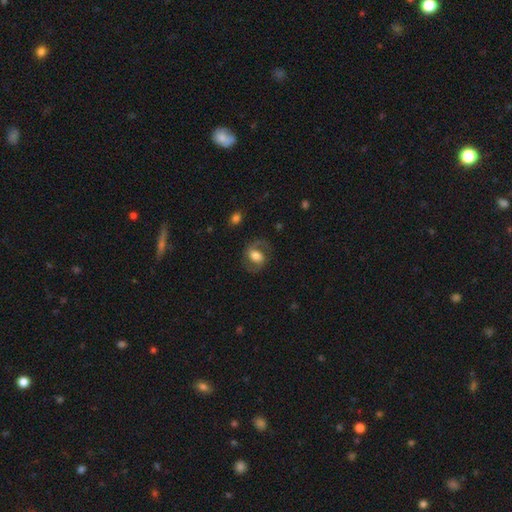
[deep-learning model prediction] Smooth or featured? Predicted: featured or disk (p=0.58). Edge-on disk? Predicted: no (p=0.96). Bar? Predicted: weak (p=0.40). Spiral arms? Predicted: yes (p=0.83). Bulge size? Predicted: moderate (p=0.48). Merging? Predicted: none (p=0.72).